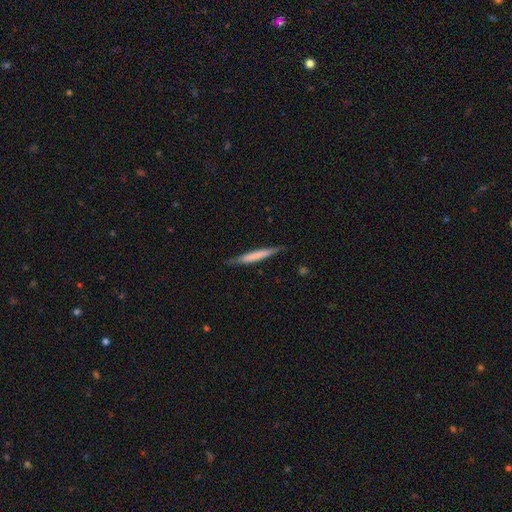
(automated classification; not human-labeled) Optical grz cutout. It shows a smooth galaxy with no disk features (61%) that is cigar-shaped (95%). Merging: none (82%).